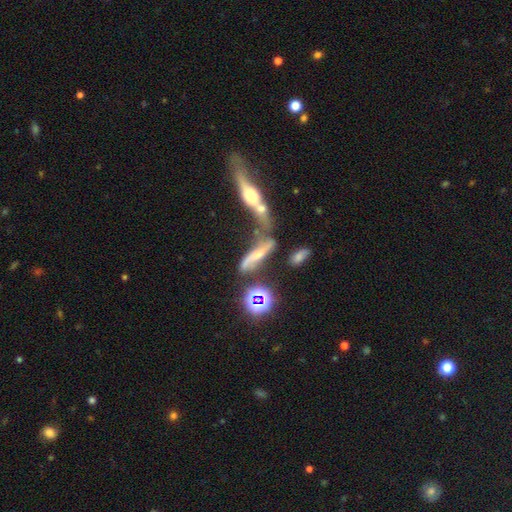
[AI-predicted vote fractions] Morphology: type=featured or disk (52%); edge-on=no (57%); merging=merger (45%).